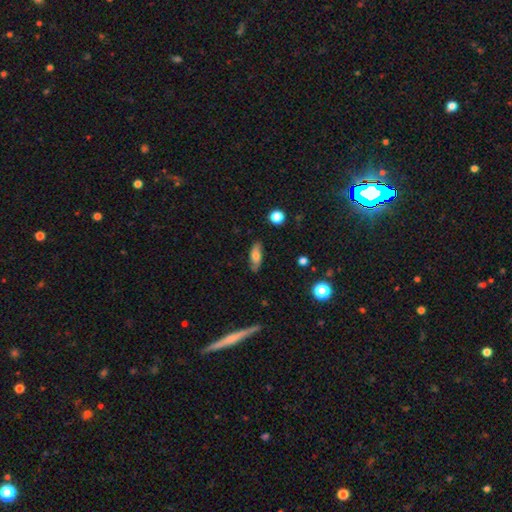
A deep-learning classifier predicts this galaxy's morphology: Overall: smooth (61%; featured or disk 30%). How rounded: in between (74%). Merging: none (80%).